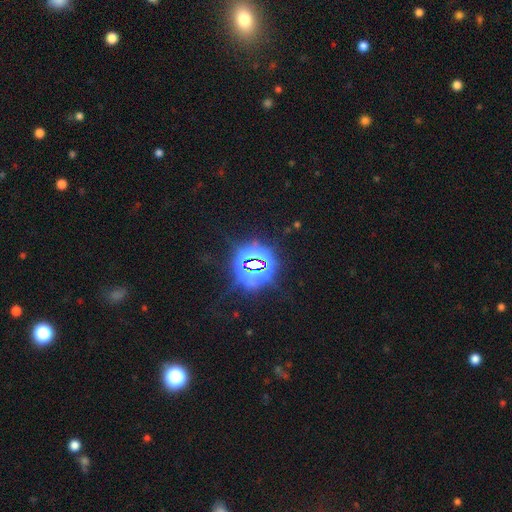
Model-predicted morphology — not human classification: Smooth or featured?
  - star or artifact: 82% *
  - smooth: 11%
  - featured or disk: 7%